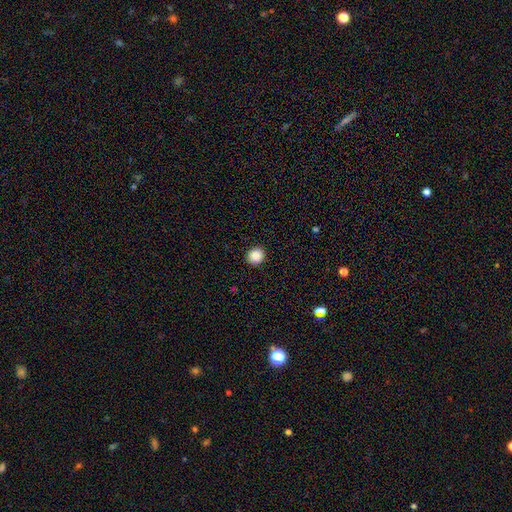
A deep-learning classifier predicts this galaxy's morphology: smooth 88%, star or artifact 9%, featured or disk 3%. Down the decision tree: how rounded — round (89%); merging — none (93%).